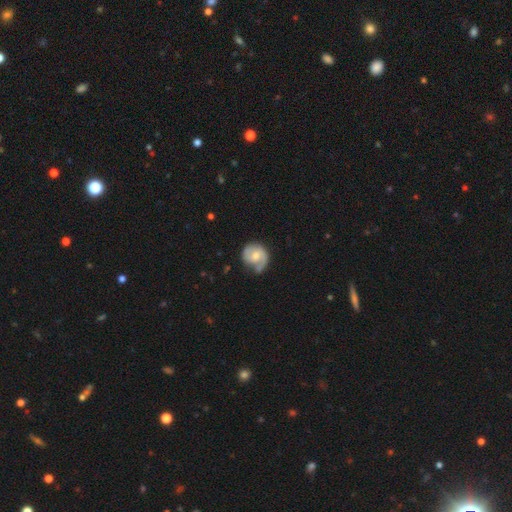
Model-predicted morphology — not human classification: Smooth or featured? featured or disk (64%)
Edge-on disk? no (98%)
Bar? no (56%)
Spiral arms? yes (88%)
Spiral winding? medium (41%)
Spiral arm count? 2 (56%)
Bulge size? moderate (58%)
Merging? none (56%)